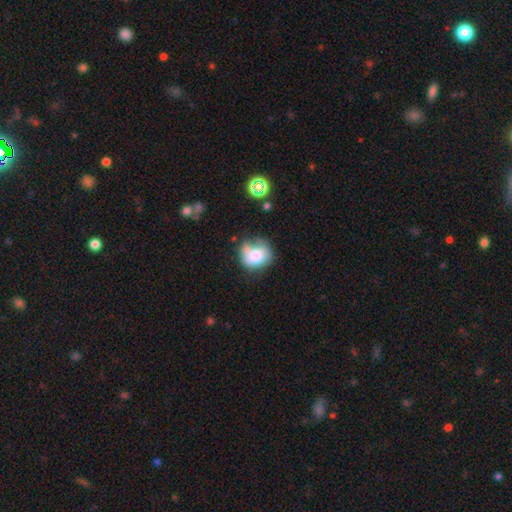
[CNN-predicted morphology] Q: Smooth or featured?
A: smooth (69%); runner-up: featured or disk (21%)
Q: How rounded?
A: round (64%); runner-up: in between (35%)
Q: Merging?
A: none (40%); runner-up: minor disturbance (30%)